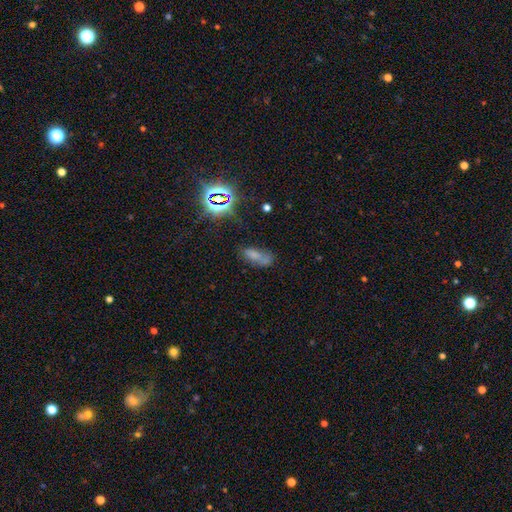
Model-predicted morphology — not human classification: Smooth or featured?
  - smooth: 53% *
  - star or artifact: 27%
  - featured or disk: 20%
How rounded?
  - in between: 71% *
  - cigar-shaped: 22%
  - round: 7%
Merging?
  - none: 41% *
  - minor disturbance: 23%
  - merger: 20%
  - major disturbance: 17%